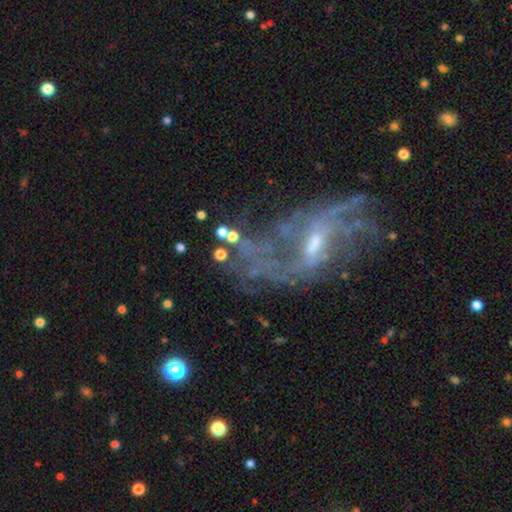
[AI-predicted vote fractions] A featured or disk galaxy (77%) with a weak bar (49%), 2 (37%) loose (65%) spiral arms (76%) and a small central bulge (57%).

Vote fractions:
- Smooth or featured? featured or disk: 77% / star or artifact: 14% / smooth: 9%
- Edge-on disk? no: 93% / yes: 7%
- Bar? weak: 49% / no: 33% / strong: 18%
- Spiral arms? yes: 76% / no: 24%
- Spiral winding? loose: 65% / medium: 24% / tight: 11%
- Spiral arm count? 2: 37% / can't tell: 34% / 3: 10% / 1: 8% / 4: 7% / more than 4: 6%
- Bulge size? small: 57% / moderate: 32% / none: 8% / large: 2% / dominant: 1%
- Merging? none: 43% / major disturbance: 31% / minor disturbance: 18% / merger: 8%